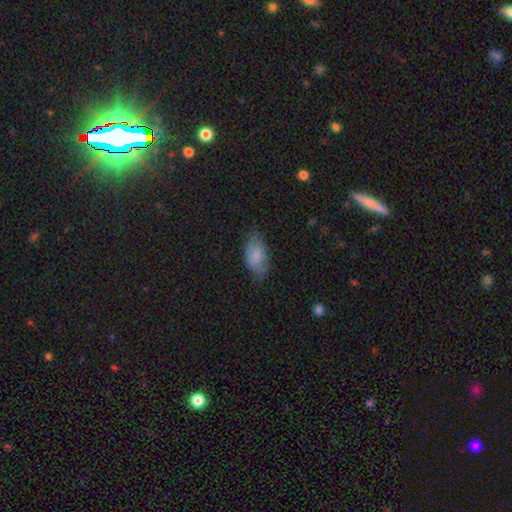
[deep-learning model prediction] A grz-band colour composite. It shows a smooth galaxy with no disk features (81%) that is in between round and cigar-shaped (93%). Merging: none (68%).